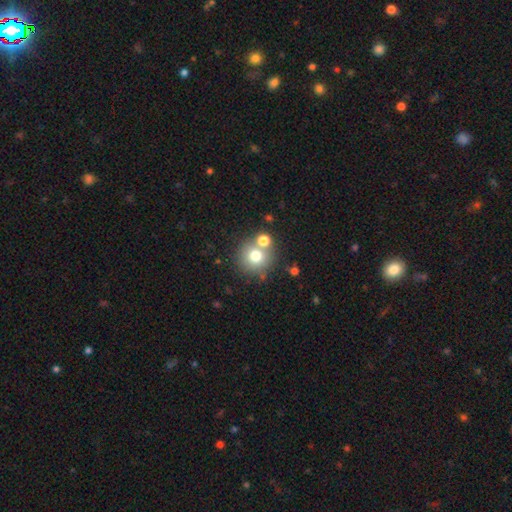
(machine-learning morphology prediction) type=smooth (72%); roundness=round (92%); merging=none (66%).